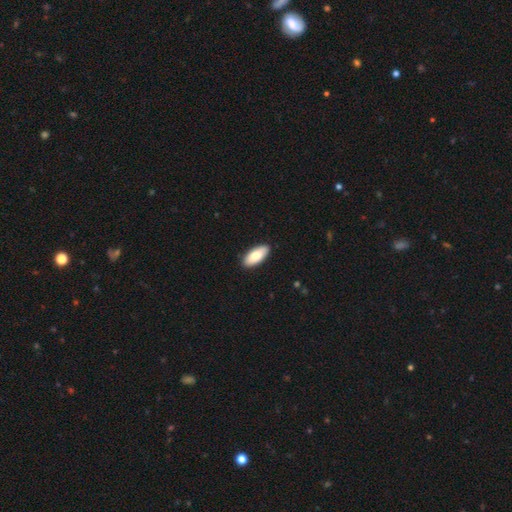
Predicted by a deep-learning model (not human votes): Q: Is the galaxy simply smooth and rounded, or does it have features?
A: smooth — 80%.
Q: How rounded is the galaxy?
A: in between — 88%.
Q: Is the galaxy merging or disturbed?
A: none — 90%.